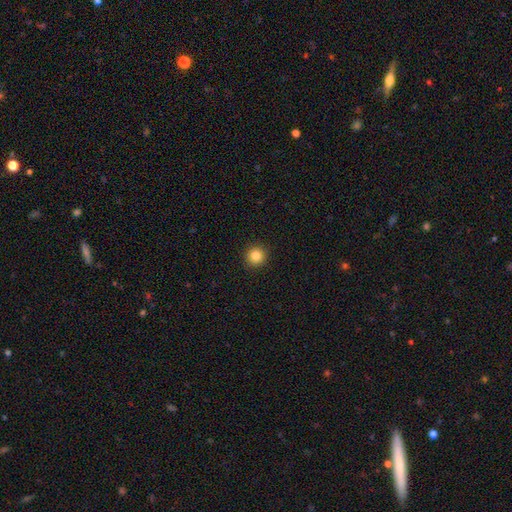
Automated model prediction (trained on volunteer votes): smooth-or-featured: smooth: 85% | star or artifact: 11% | featured or disk: 4%
  how-rounded: round: 94% | in between: 5% | cigar-shaped: 1%
  merging: none: 93% | minor disturbance: 5% | major disturbance: 2% | merger: 1%